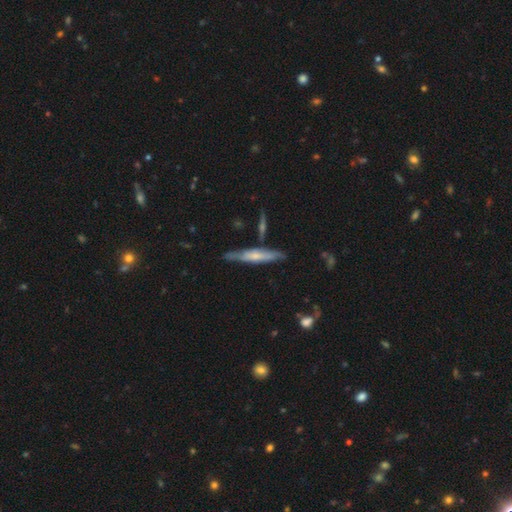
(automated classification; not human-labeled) Overall: featured or disk (53%; smooth 42%). Edge-on disk: yes (86%). Merging: none (75%).